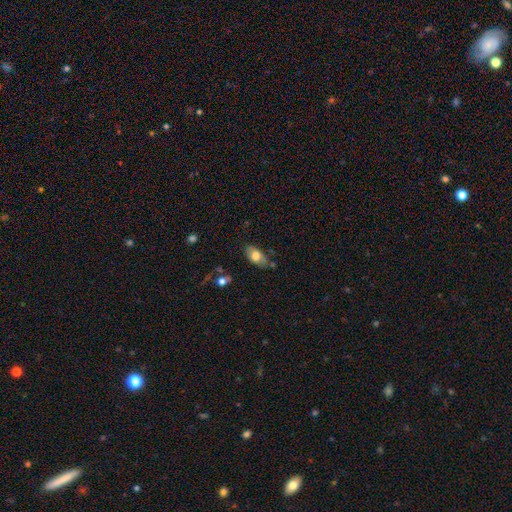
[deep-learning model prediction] This appears to be a smooth galaxy with no disk features (72%) that is in between round and cigar-shaped (91%). Merging: none (70%).